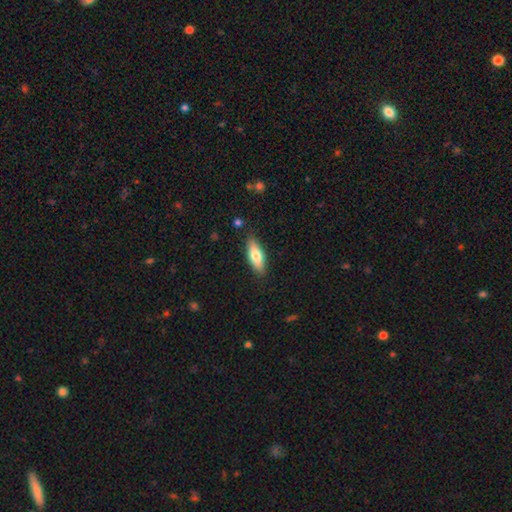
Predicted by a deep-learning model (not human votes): This is likely a smooth galaxy (71%). How rounded: likely in between (63%). Merging: clearly none (86%).